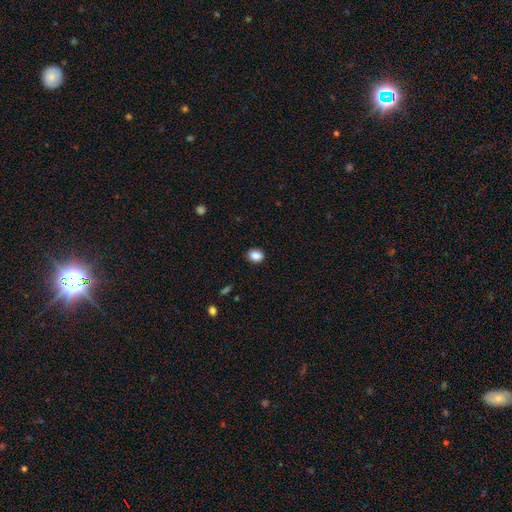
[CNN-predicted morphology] This is clearly a smooth galaxy (88%). How rounded: likely in between (62%). Merging: clearly none (87%).